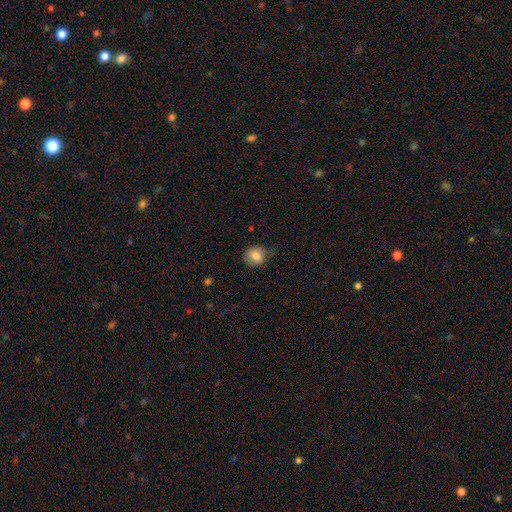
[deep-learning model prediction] This is likely a smooth galaxy (79%). How rounded: likely round (71%). Merging: likely none (62%).